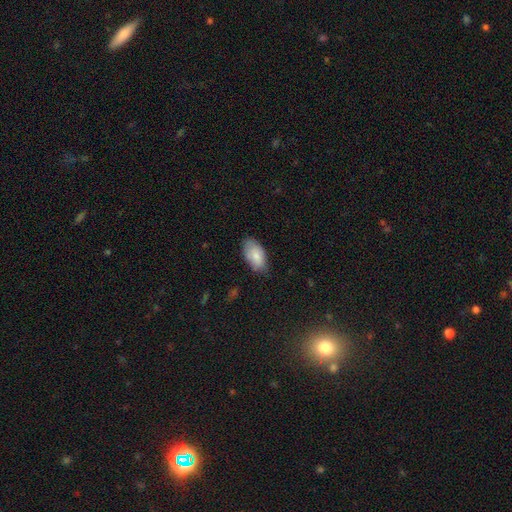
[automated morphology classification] smooth 82%, featured or disk 12%, star or artifact 6%. Down the decision tree: how rounded — in between (94%); merging — none (70%).